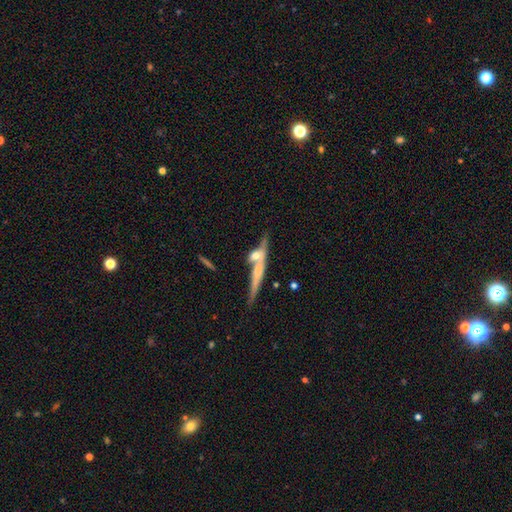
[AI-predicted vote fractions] Smooth or featured? Predicted: featured or disk (p=0.49). Merging? Predicted: merger (p=0.43).